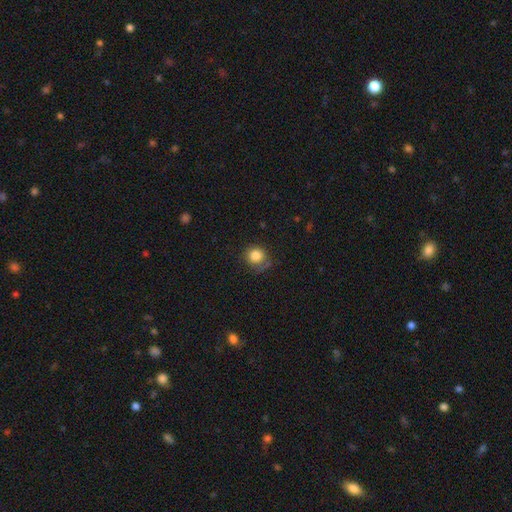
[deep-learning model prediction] Smooth or featured? Predicted: smooth (p=0.82). How rounded? Predicted: round (p=0.88). Merging? Predicted: none (p=0.68).